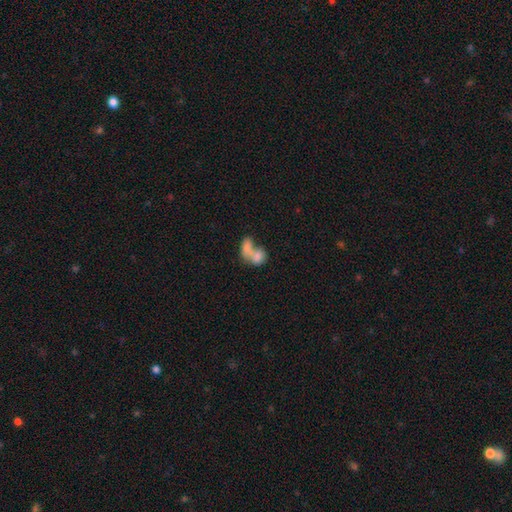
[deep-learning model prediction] Smooth or featured? smooth (72%)
How rounded? in between (77%)
Merging? merger (77%)